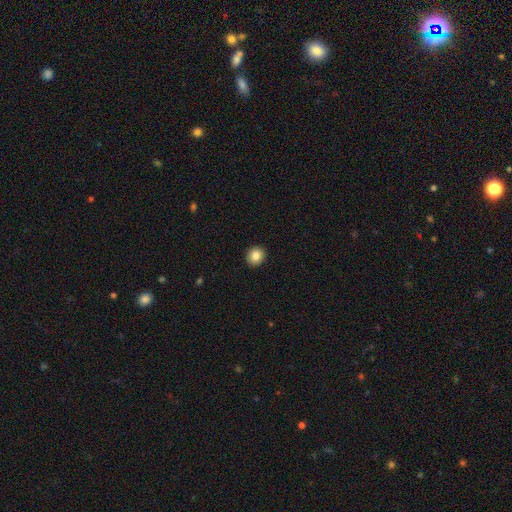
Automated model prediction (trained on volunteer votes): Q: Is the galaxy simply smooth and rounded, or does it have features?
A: smooth — 85%.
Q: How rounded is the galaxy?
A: round — 84%.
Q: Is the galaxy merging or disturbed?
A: none — 93%.